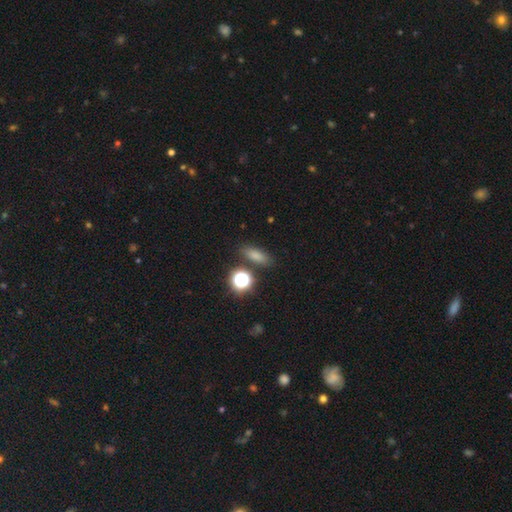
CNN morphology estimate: This is likely a smooth galaxy (76%). How rounded: likely in between (61%). Merging: clearly none (82%).